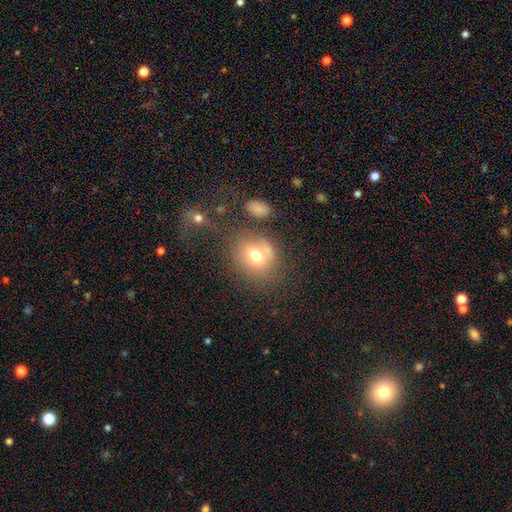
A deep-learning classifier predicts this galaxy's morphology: A smooth galaxy with no disk features (71%) that is round (64%). Merging: none (60%).